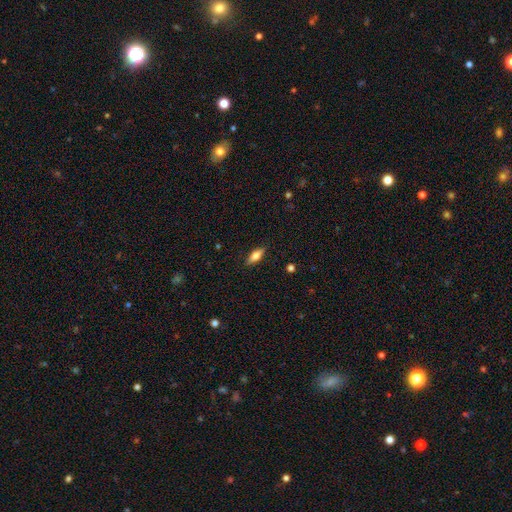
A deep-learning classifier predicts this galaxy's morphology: smooth-or-featured: smooth: 68% | featured or disk: 25% | star or artifact: 7%
  how-rounded: in between: 68% | cigar-shaped: 29% | round: 3%
  merging: none: 88% | minor disturbance: 9% | major disturbance: 2% | merger: 1%